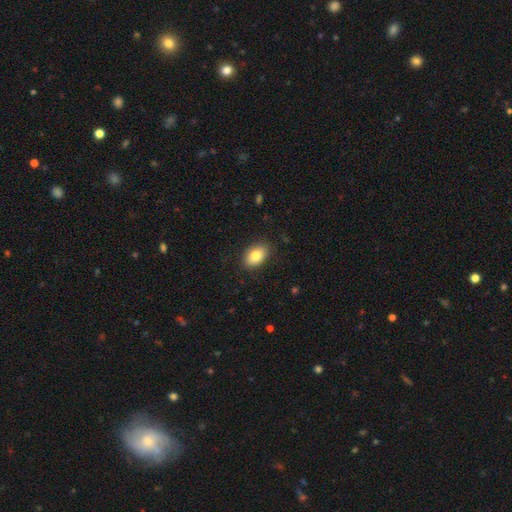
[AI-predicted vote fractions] Morphology: type=smooth (82%); roundness=in between (89%); merging=none (86%).